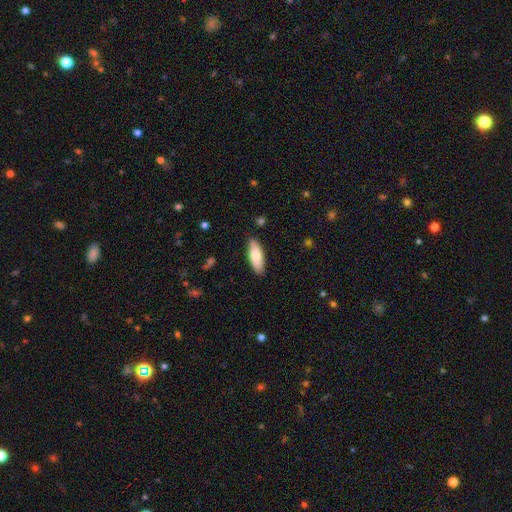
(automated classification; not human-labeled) Smooth or featured?
  - smooth: 78% *
  - featured or disk: 17%
  - star or artifact: 6%
How rounded?
  - in between: 64% *
  - cigar-shaped: 34%
  - round: 2%
Merging?
  - none: 86% *
  - minor disturbance: 10%
  - major disturbance: 2%
  - merger: 1%